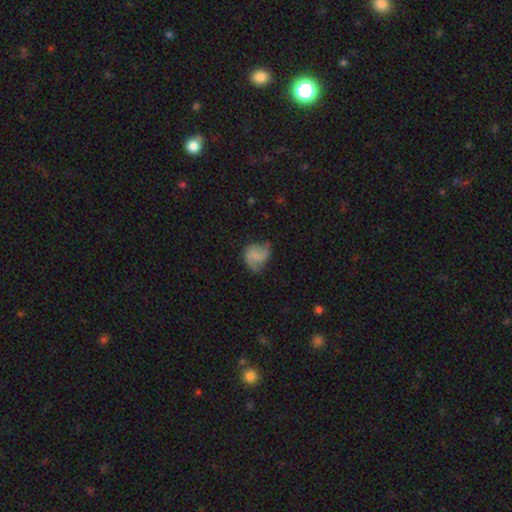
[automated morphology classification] This is possibly a featured or disk galaxy (51%). It is clearly not viewed edge-on (98%). Merging: possibly none (52%).